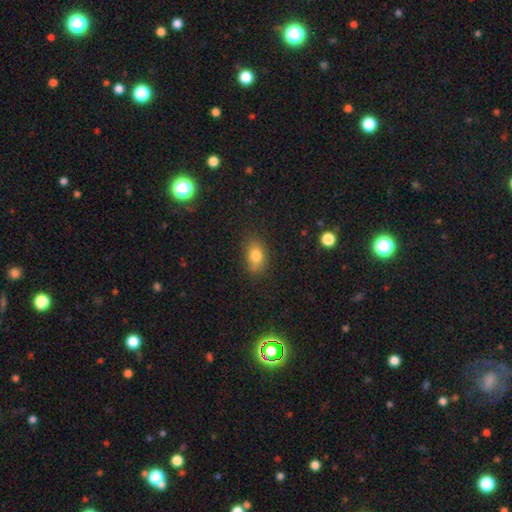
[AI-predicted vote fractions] Overall: smooth (79%). How rounded: in between (80%). Merging: none (72%).